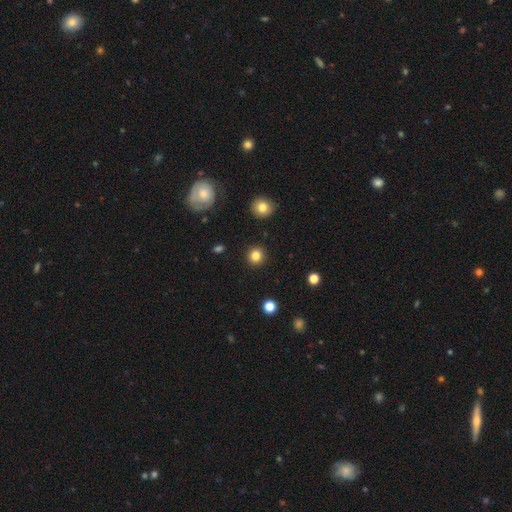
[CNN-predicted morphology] A smooth galaxy with no disk features (83%) that is round (93%).

Vote fractions:
- Smooth or featured? smooth: 83% / star or artifact: 11% / featured or disk: 5%
- How rounded? round: 93% / in between: 6% / cigar-shaped: 1%
- Merging? none: 92% / minor disturbance: 5% / major disturbance: 2% / merger: 1%